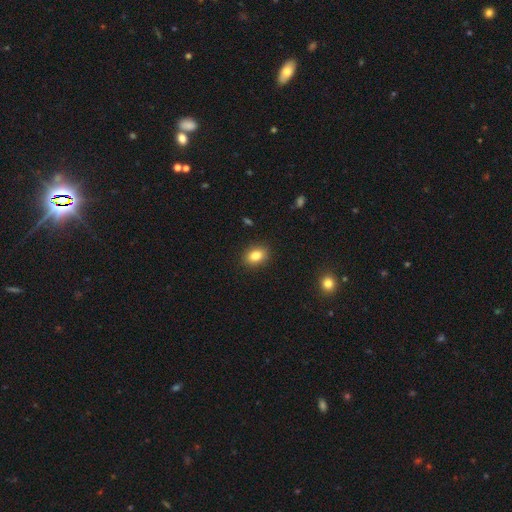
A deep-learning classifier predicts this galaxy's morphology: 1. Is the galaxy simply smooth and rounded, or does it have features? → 84% smooth, 9% star or artifact, 7% featured or disk.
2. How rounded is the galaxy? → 72% in between, 27% round, 1% cigar-shaped.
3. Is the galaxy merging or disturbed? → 88% none, 8% minor disturbance, 2% major disturbance, 1% merger.